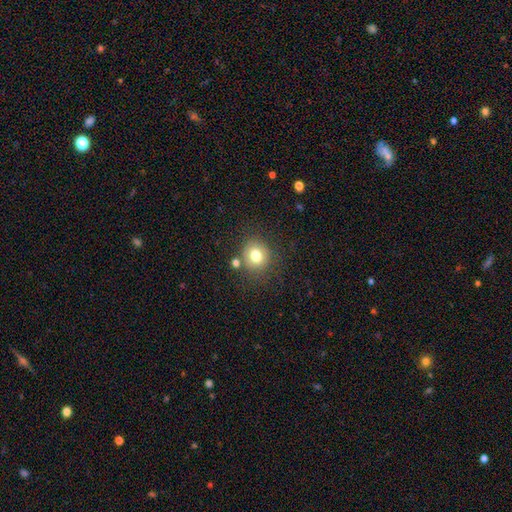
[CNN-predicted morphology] smooth-or-featured: smooth: 77% | star or artifact: 12% | featured or disk: 11%
  how-rounded: round: 81% | in between: 18% | cigar-shaped: 1%
  merging: none: 75% | minor disturbance: 12% | merger: 9% | major disturbance: 5%